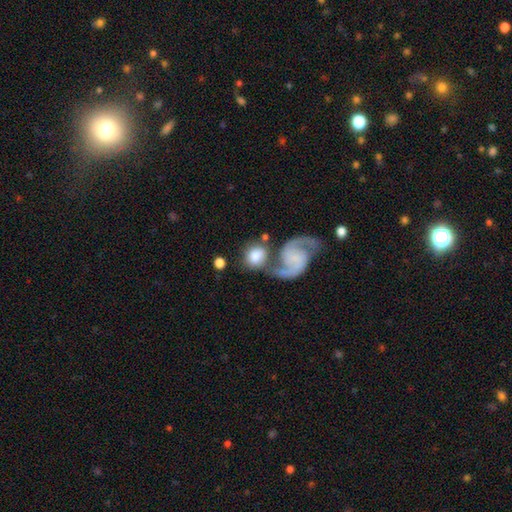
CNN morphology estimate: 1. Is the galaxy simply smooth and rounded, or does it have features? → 49% smooth, 44% featured or disk, 7% star or artifact.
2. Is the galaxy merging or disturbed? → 44% none, 36% merger, 13% minor disturbance, 8% major disturbance.